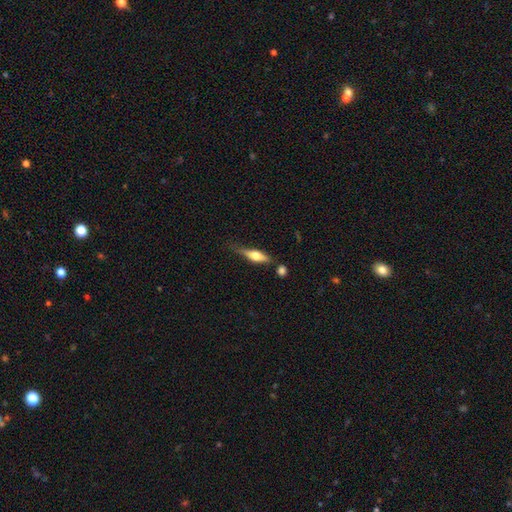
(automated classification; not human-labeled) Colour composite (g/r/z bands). It shows a smooth galaxy with no disk features (48%). Merging: none (57%).